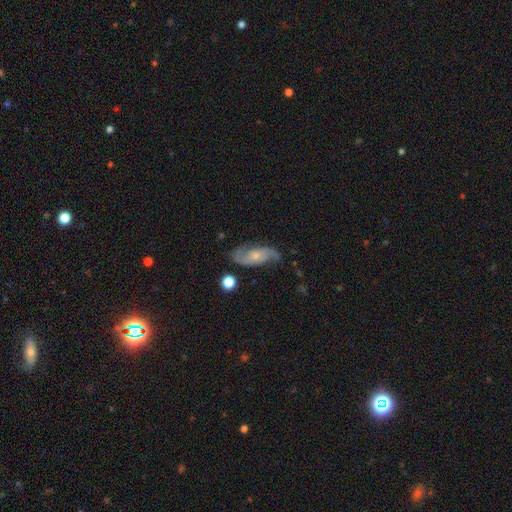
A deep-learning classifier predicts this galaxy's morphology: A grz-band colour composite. It shows a featured or disk galaxy (82%) with no bar (66%), 2 (91%) medium (43%) spiral arms (96%) and a small central bulge (61%). Merging: none (75%).